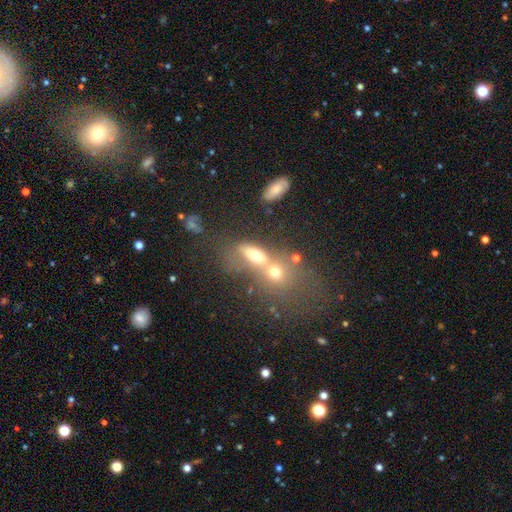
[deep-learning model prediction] This is possibly a smooth galaxy (55%). How rounded: likely in between (60%). Merging: likely merger (64%).